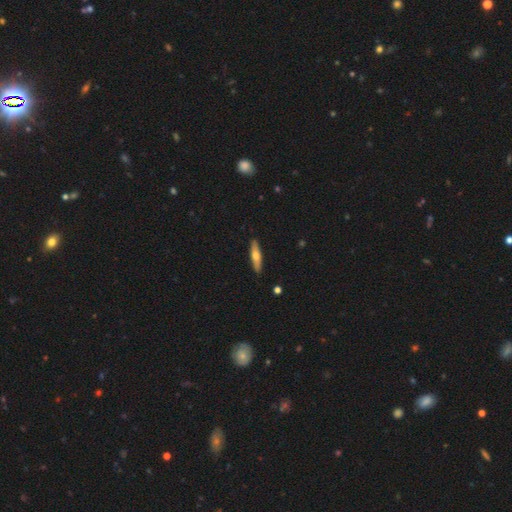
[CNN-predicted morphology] Smooth or featured? Predicted: smooth (p=0.53). How rounded? Predicted: cigar-shaped (p=0.79). Merging? Predicted: none (p=0.90).